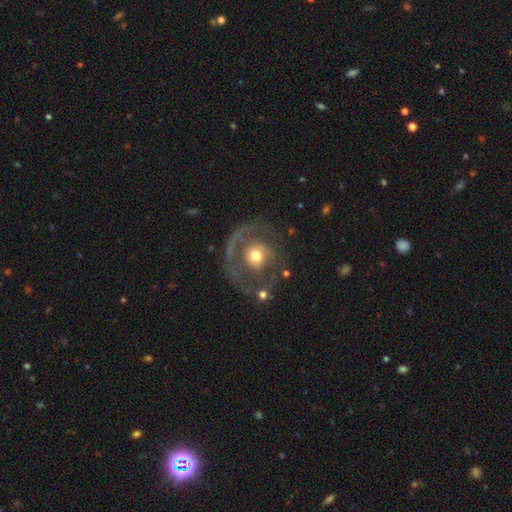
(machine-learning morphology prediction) type=featured or disk (63%); edge-on=no (97%); bar=no (80%); spiral arms=yes (57%); bulge=moderate (68%); merging=none (53%).